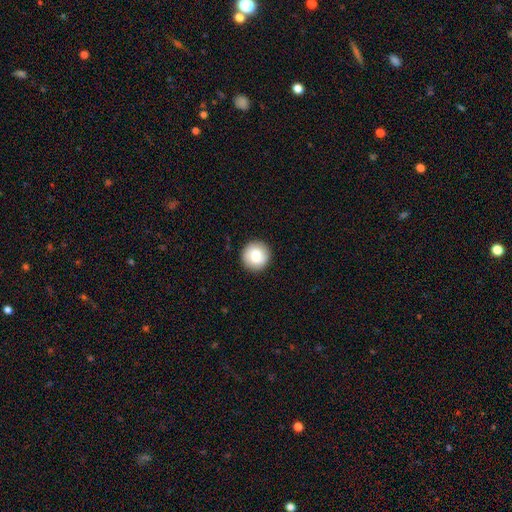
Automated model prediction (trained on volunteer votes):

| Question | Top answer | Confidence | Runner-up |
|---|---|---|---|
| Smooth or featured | smooth | 80% | featured or disk (13%) |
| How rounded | round | 94% | in between (5%) |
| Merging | none | 91% | minor disturbance (6%) |